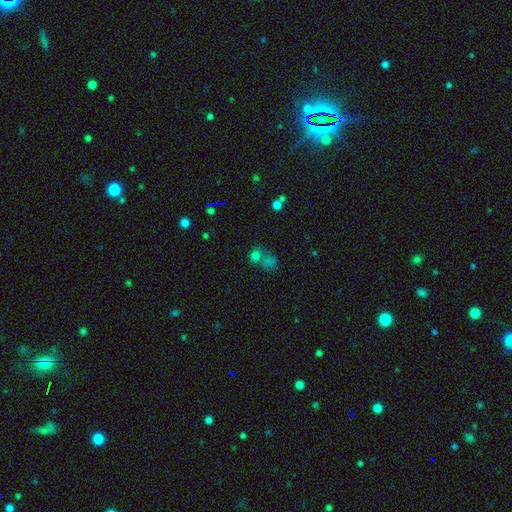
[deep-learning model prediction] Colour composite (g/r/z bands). It shows a smooth galaxy with no disk features (64%) that is round (69%). Merging: merger (46%).